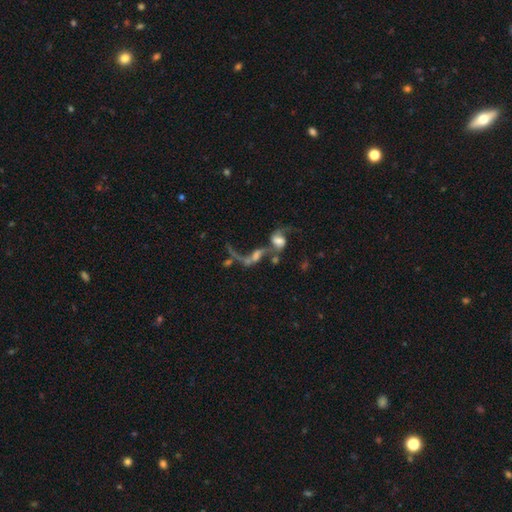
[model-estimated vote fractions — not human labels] This appears to be a featured or disk galaxy (59%) with no bar (60%), spiral arms (64%) and no central bulge (33%). Merging: merger (63%).